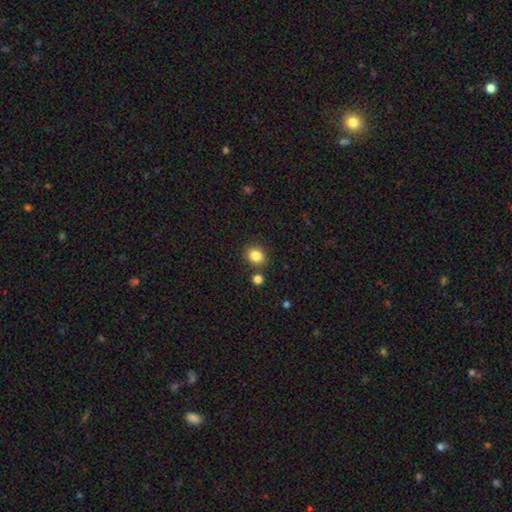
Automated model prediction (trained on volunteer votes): This is clearly a smooth galaxy (85%). How rounded: likely round (69%). Merging: clearly none (81%).